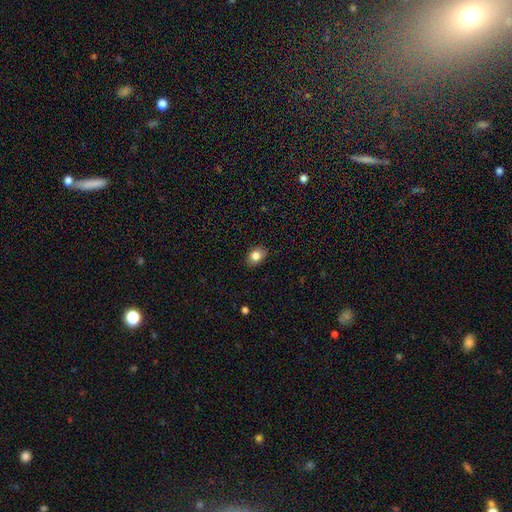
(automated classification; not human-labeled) A smooth galaxy with no disk features (82%) that is in between round and cigar-shaped (70%). Merging: none (86%).